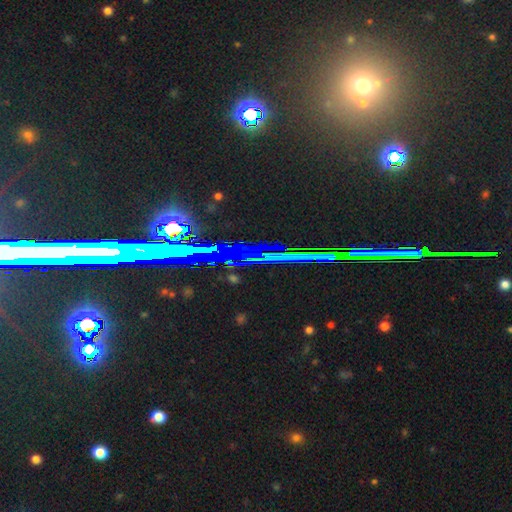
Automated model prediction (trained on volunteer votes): Q: Smooth or featured?
A: star or artifact (80%); runner-up: featured or disk (11%)